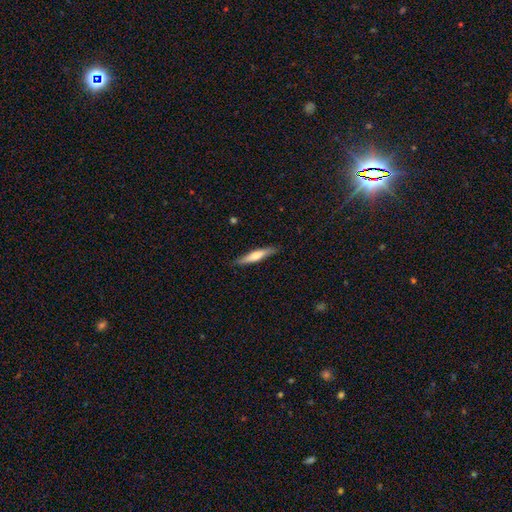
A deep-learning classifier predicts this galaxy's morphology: smooth-or-featured: smooth: 56% | featured or disk: 39% | star or artifact: 5%
  how-rounded: cigar-shaped: 87% | in between: 12% | round: 1%
  merging: none: 86% | minor disturbance: 11% | major disturbance: 2% | merger: 1%